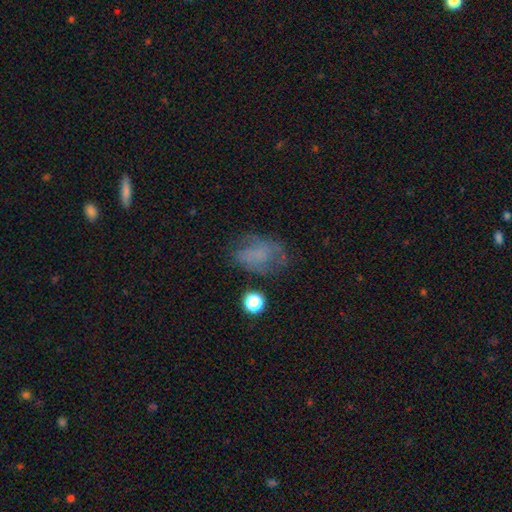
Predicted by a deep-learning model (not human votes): Morphology: type=smooth (48%); merging=none (52%).